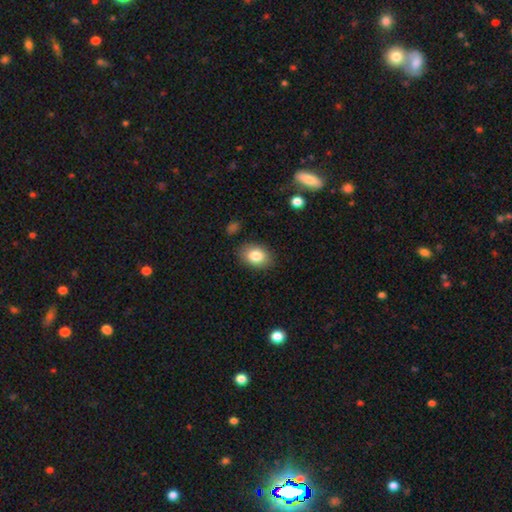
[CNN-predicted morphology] Q: Smooth or featured?
A: smooth (82%); runner-up: featured or disk (9%)
Q: How rounded?
A: in between (77%); runner-up: round (22%)
Q: Merging?
A: none (85%); runner-up: minor disturbance (10%)